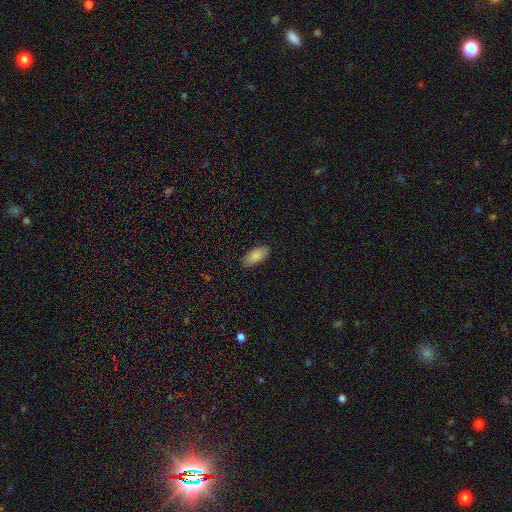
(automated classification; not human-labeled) Morphology: type=smooth (85%); roundness=in between (90%); merging=none (88%).